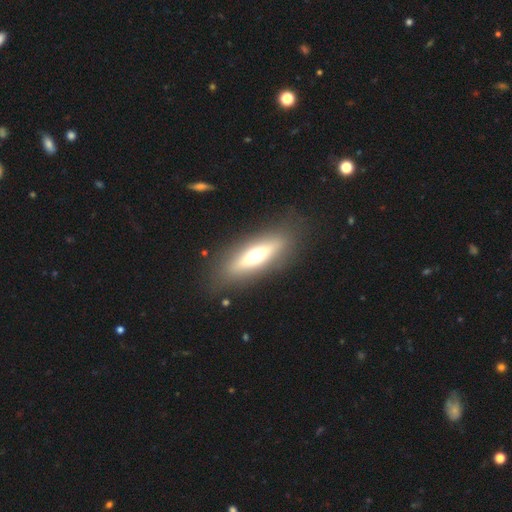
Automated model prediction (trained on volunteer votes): smooth_or_featured: smooth (p=0.48) [alt: featured or disk p=0.44]
merging: none (p=0.84) [alt: minor disturbance p=0.10]